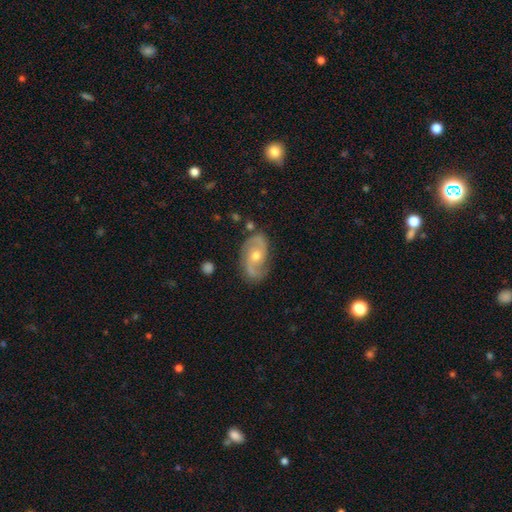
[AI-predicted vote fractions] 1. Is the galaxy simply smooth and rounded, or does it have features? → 84% featured or disk, 10% smooth, 6% star or artifact.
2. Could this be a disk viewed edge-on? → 96% no, 4% yes.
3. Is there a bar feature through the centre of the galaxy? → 63% no, 30% weak, 7% strong.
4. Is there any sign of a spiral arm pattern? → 95% yes, 5% no.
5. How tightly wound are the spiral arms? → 50% medium, 26% tight, 24% loose.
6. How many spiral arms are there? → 89% 2, 5% can't tell, 2% 3, 2% 1, 1% 4, 1% more than 4.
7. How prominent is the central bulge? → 67% moderate, 29% small, 3% large, 1% none, 1% dominant.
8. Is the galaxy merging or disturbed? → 79% none, 15% minor disturbance, 4% major disturbance, 2% merger.